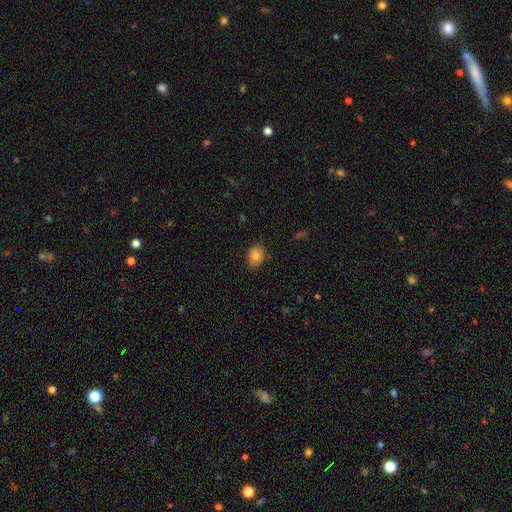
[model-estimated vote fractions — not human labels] smooth_or_featured: smooth (p=0.81) [alt: featured or disk p=0.09]
how_rounded: round (p=0.57) [alt: in between p=0.43]
merging: none (p=0.80) [alt: minor disturbance p=0.16]